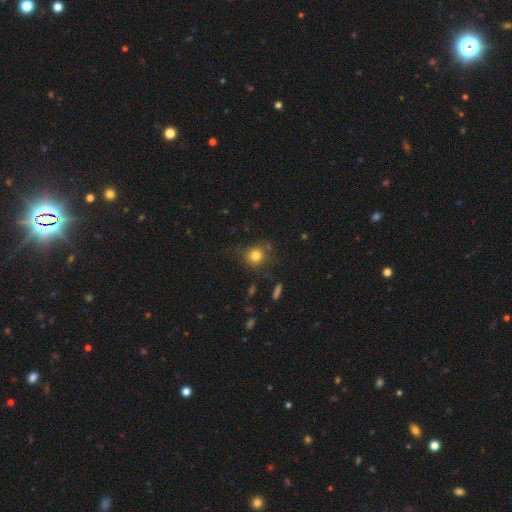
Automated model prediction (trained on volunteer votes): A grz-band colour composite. It shows a smooth galaxy with no disk features (79%) that is round (87%). Merging: none (76%).